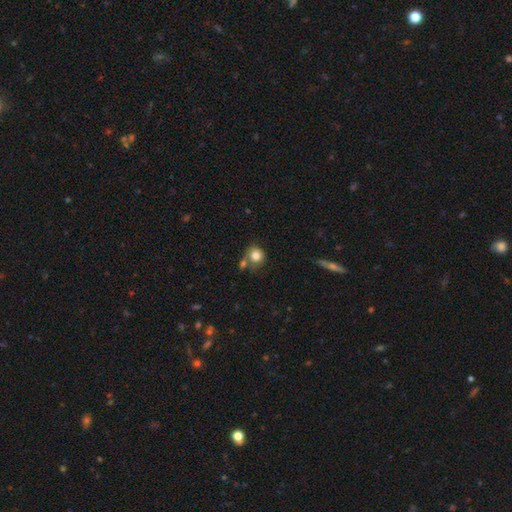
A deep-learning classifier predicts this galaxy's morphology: Smooth or featured? smooth (80%)
How rounded? round (81%)
Merging? none (54%)